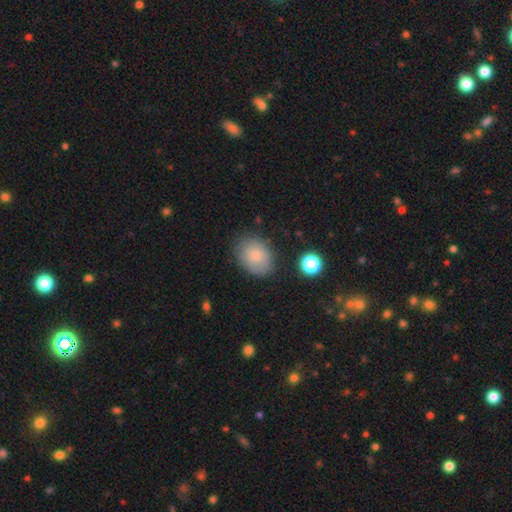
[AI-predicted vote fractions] Smooth or featured? Predicted: smooth (p=0.78). How rounded? Predicted: in between (p=0.67). Merging? Predicted: none (p=0.74).